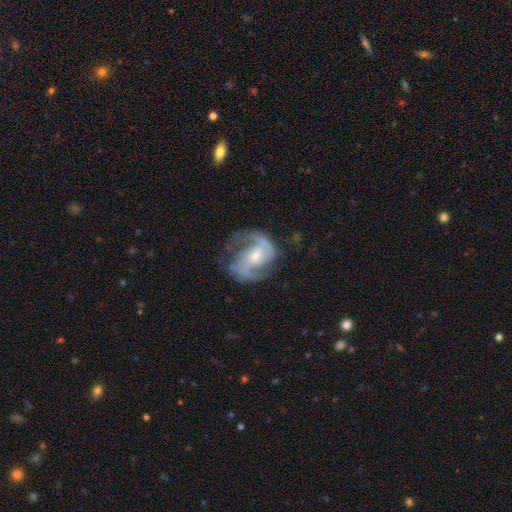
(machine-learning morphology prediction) Q: Smooth or featured?
A: featured or disk (89%); runner-up: smooth (6%)
Q: Edge-on disk?
A: no (98%); runner-up: yes (2%)
Q: Bar?
A: weak (45%); runner-up: no (40%)
Q: Spiral arms?
A: yes (97%); runner-up: no (3%)
Q: Spiral winding?
A: medium (55%); runner-up: tight (25%)
Q: Spiral arm count?
A: 2 (82%); runner-up: 3 (6%)
Q: Bulge size?
A: small (51%); runner-up: moderate (43%)
Q: Merging?
A: none (65%); runner-up: minor disturbance (21%)